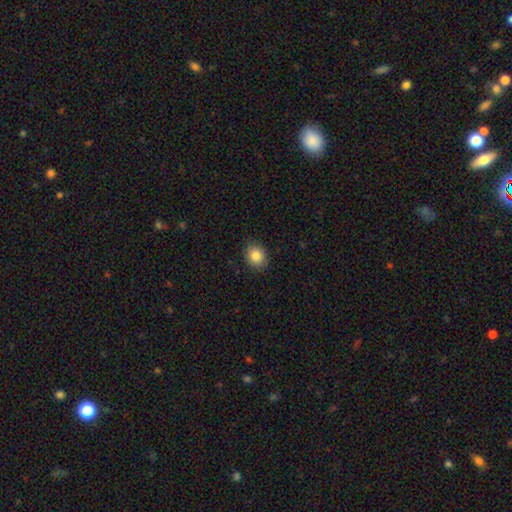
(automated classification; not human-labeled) smooth 84%, star or artifact 9%, featured or disk 6%. Down the decision tree: how rounded — round (57%); merging — none (87%).